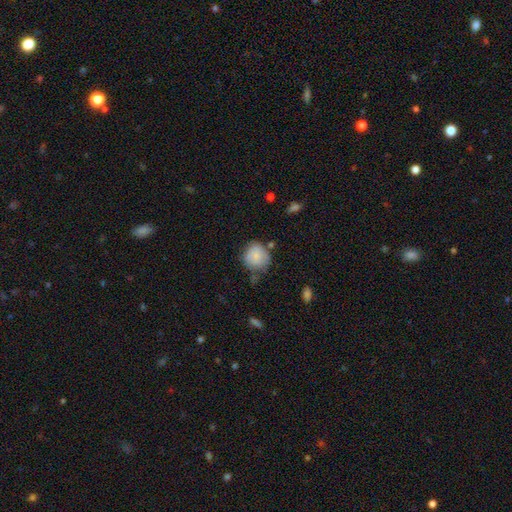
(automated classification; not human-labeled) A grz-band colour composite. It shows a smooth galaxy with no disk features (83%) that is round (80%). Merging: none (58%).